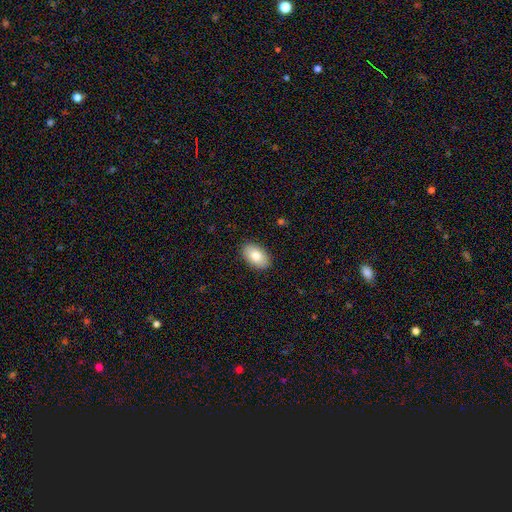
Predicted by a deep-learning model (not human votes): Q: Smooth or featured?
A: smooth (83%); runner-up: featured or disk (11%)
Q: How rounded?
A: in between (93%); runner-up: round (6%)
Q: Merging?
A: none (89%); runner-up: minor disturbance (8%)